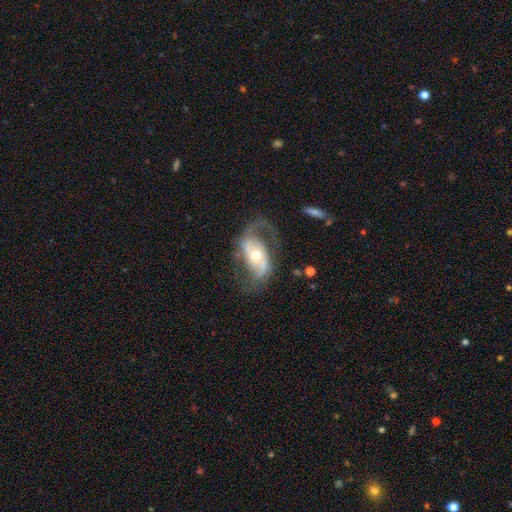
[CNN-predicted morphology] smooth_or_featured: featured or disk (p=0.85) [alt: smooth p=0.10]
disk_edge_on: no (p=0.96) [alt: yes p=0.04]
bar: no (p=0.47) [alt: weak p=0.32]
has_spiral_arms: yes (p=0.93) [alt: no p=0.07]
spiral_winding: loose (p=0.49) [alt: medium p=0.40]
spiral_arm_count: 2 (p=0.88) [alt: 1 p=0.05]
bulge_size: moderate (p=0.63) [alt: small p=0.29]
merging: none (p=0.65) [alt: minor disturbance p=0.17]